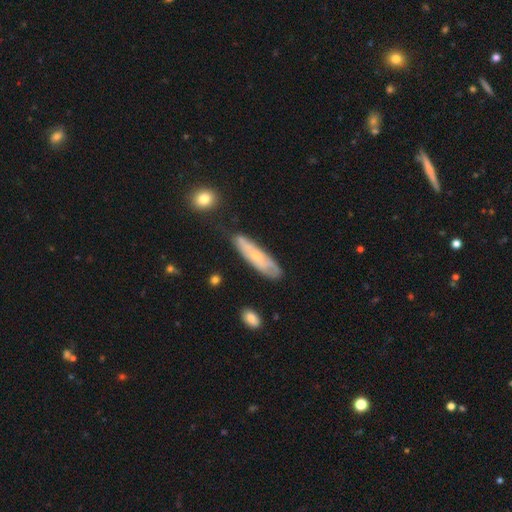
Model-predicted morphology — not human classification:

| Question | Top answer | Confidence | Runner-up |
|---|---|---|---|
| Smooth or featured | featured or disk | 50% | smooth (44%) |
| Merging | none | 69% | minor disturbance (22%) |